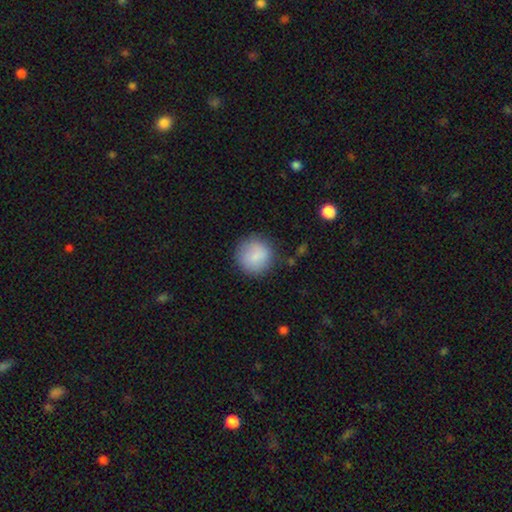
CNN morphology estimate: A smooth galaxy with no disk features (83%) that is round (94%).

Vote fractions:
- Smooth or featured? smooth: 83% / featured or disk: 11% / star or artifact: 7%
- How rounded? round: 94% / in between: 5% / cigar-shaped: 1%
- Merging? none: 82% / minor disturbance: 12% / major disturbance: 4% / merger: 2%